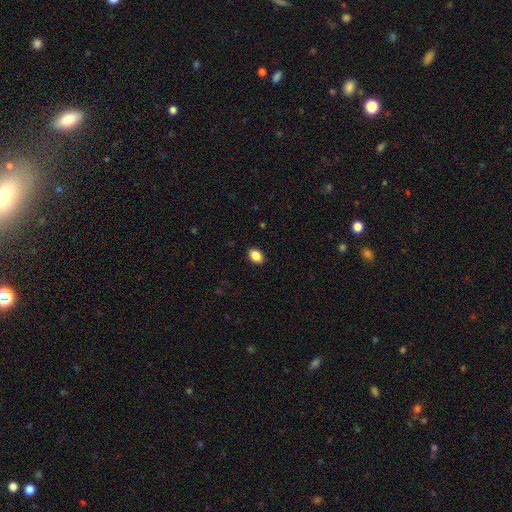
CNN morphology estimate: smooth 88%, star or artifact 8%, featured or disk 4%. Down the decision tree: how rounded — in between (83%); merging — none (90%).